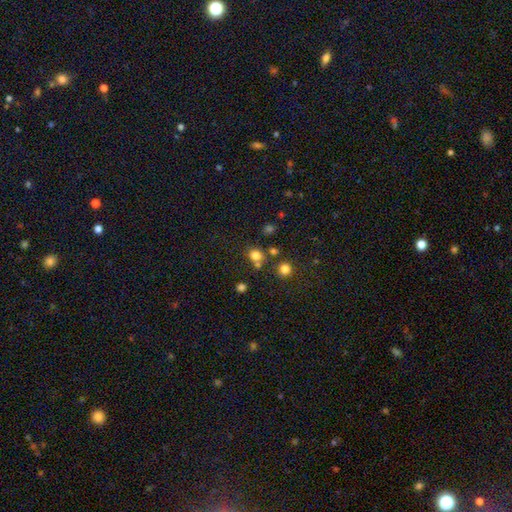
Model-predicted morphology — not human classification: Smooth or featured? smooth (76%)
How rounded? round (76%)
Merging? none (65%)